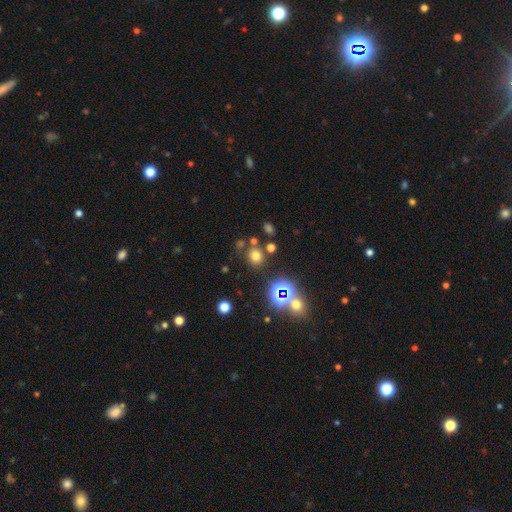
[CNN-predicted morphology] Q: Smooth or featured?
A: smooth (65%); runner-up: star or artifact (27%)
Q: How rounded?
A: round (83%); runner-up: in between (16%)
Q: Merging?
A: none (78%); runner-up: minor disturbance (9%)